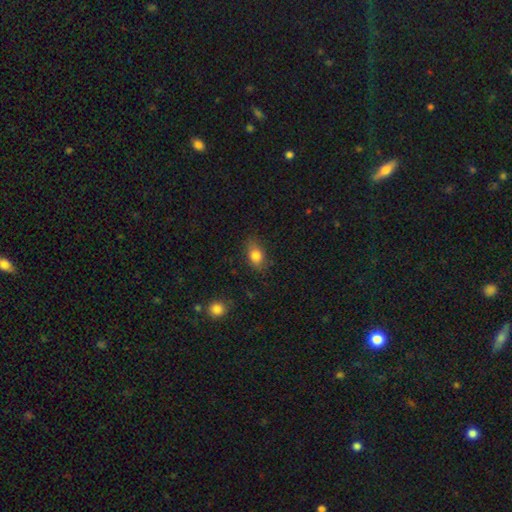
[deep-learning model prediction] Overall: smooth (82%). How rounded: in between (74%). Merging: none (76%).